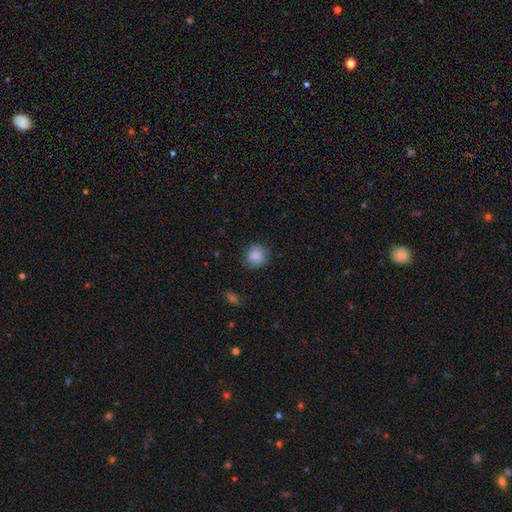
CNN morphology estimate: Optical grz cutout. It shows a smooth galaxy with no disk features (85%) that is round (87%). Merging: none (81%).